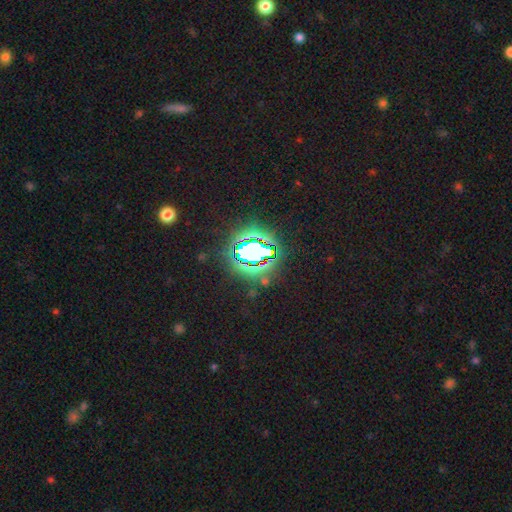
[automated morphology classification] A star or artifact, not a galaxy (70%).

Vote fractions:
- Smooth or featured? star or artifact: 70% / smooth: 19% / featured or disk: 12%